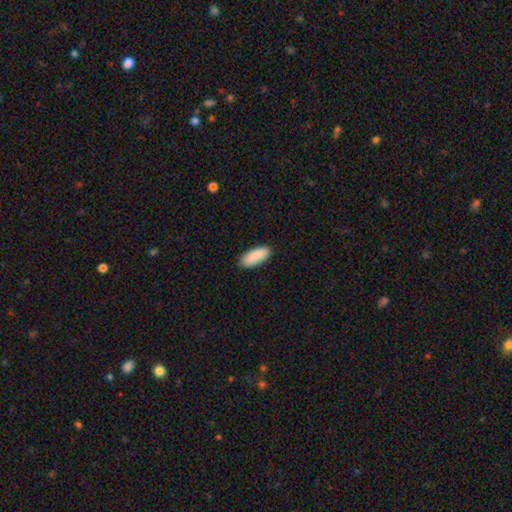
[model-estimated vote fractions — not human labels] This appears to be a smooth galaxy with no disk features (90%) that is in between round and cigar-shaped (82%). Merging: none (86%).